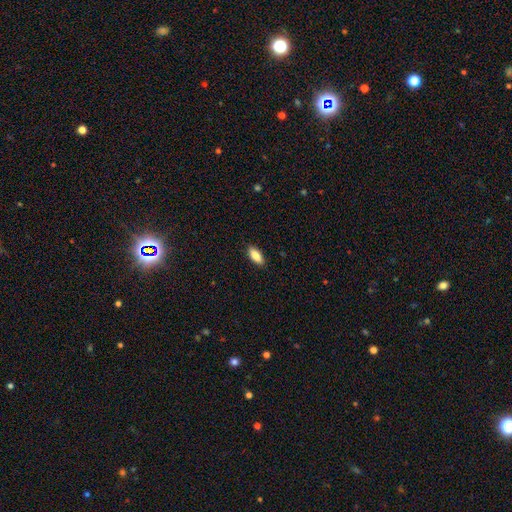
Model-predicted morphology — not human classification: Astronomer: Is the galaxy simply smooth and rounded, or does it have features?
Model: smooth — 86%.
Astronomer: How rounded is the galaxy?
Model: in between — 81%.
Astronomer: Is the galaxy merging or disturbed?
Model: none — 89%.